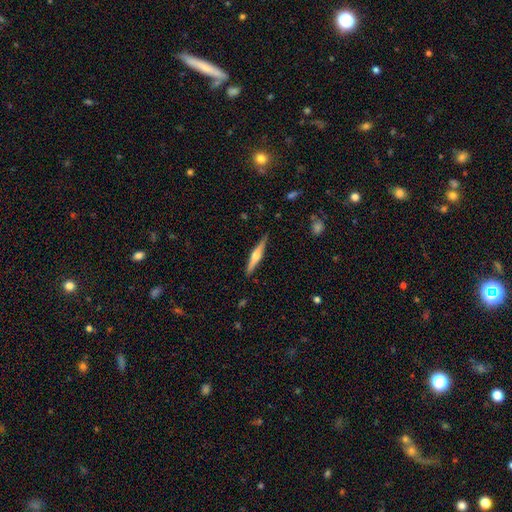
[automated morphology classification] This is likely a featured or disk galaxy (64%). It is clearly viewed edge-on (97%). Edge-on bulge: clearly rounded (89%). Merging: clearly none (88%).